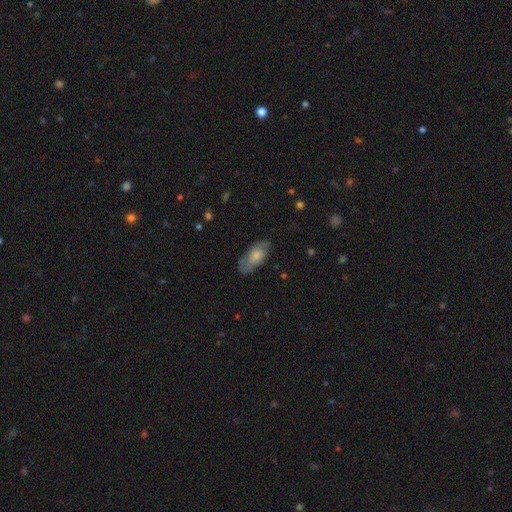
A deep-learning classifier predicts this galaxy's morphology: Q: Smooth or featured?
A: smooth (61%); runner-up: featured or disk (32%)
Q: How rounded?
A: in between (89%); runner-up: cigar-shaped (8%)
Q: Merging?
A: none (63%); runner-up: minor disturbance (26%)